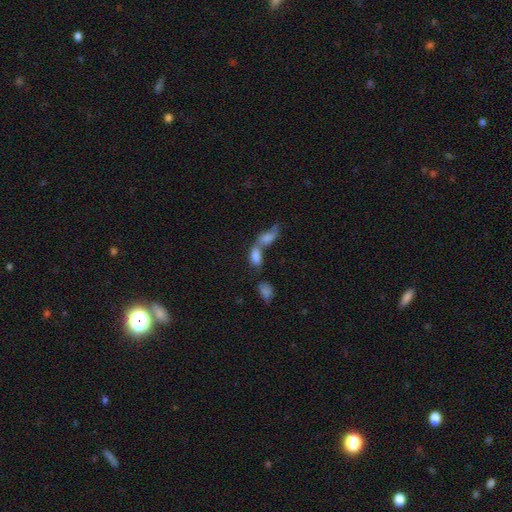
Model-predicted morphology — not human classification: This appears to be a smooth galaxy with no disk features (75%) that is in between round and cigar-shaped (86%). Merging: merger (69%).